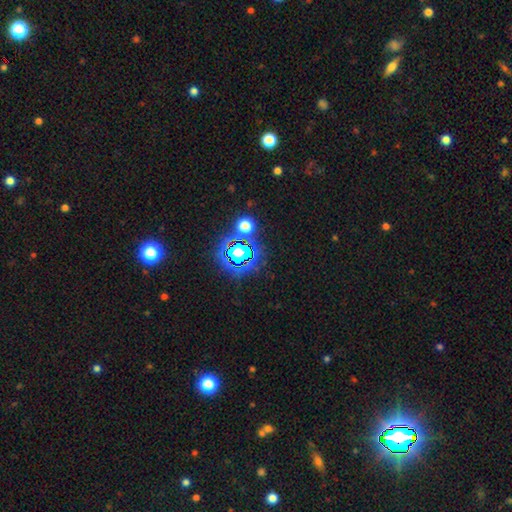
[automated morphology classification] smooth_or_featured: star or artifact (p=0.81) [alt: smooth p=0.12]